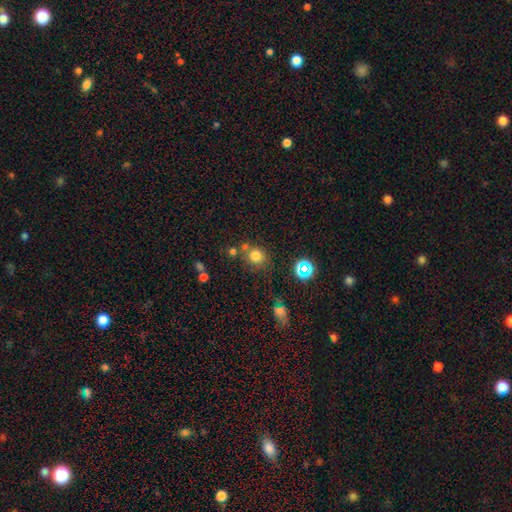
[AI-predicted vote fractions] Smooth or featured? smooth (74%)
How rounded? round (86%)
Merging? none (67%)